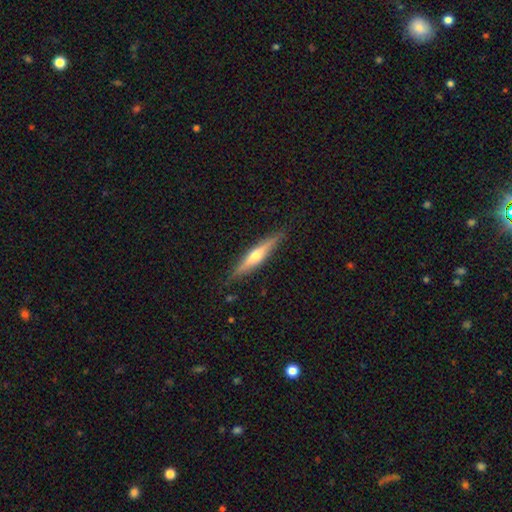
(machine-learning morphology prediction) A featured or disk galaxy (58%) viewed edge-on (95%) with a rounded central bulge (82%). Merging: none (87%).